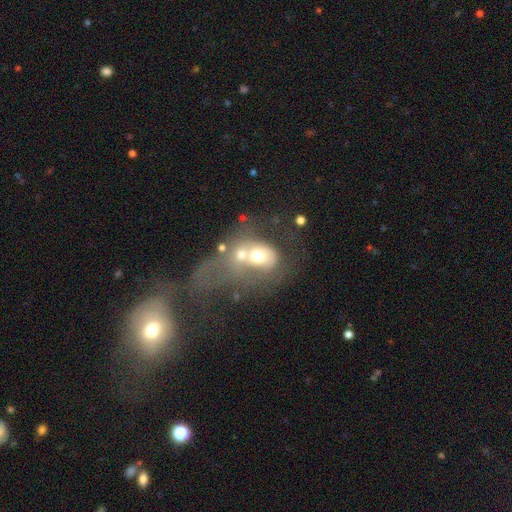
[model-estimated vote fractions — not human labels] smooth-or-featured: smooth: 45% | featured or disk: 43% | star or artifact: 12%
  merging: merger: 60% | major disturbance: 24% | none: 9% | minor disturbance: 7%